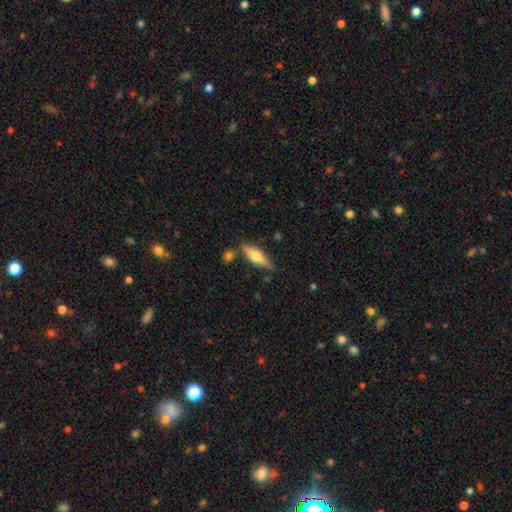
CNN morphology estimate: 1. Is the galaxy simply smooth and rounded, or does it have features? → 50% smooth, 44% featured or disk, 6% star or artifact.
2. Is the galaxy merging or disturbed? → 78% none, 13% minor disturbance, 6% merger, 3% major disturbance.